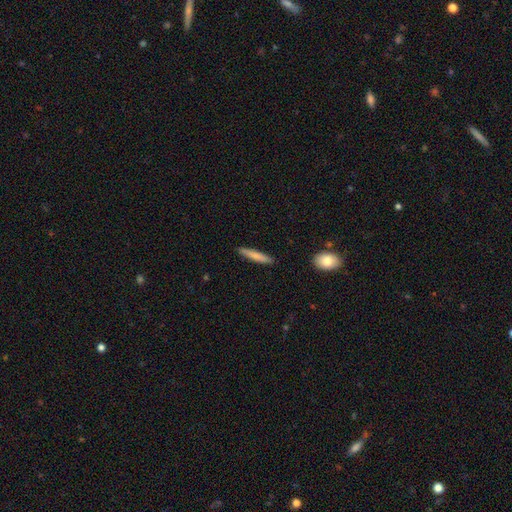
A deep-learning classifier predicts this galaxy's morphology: Overall: smooth (75%). How rounded: cigar-shaped (92%). Merging: none (89%).